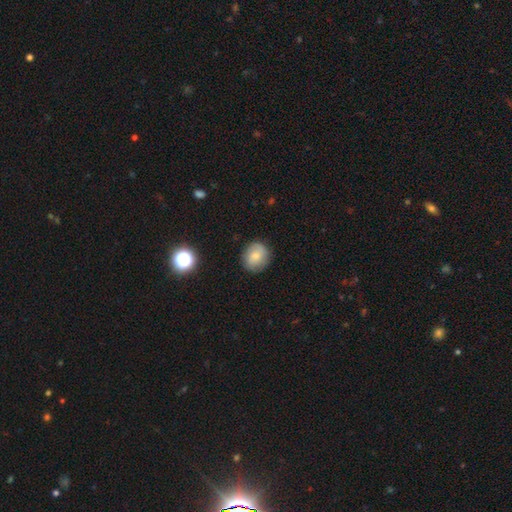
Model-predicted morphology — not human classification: Smooth or featured: smooth — 72% (featured or disk — 19%)
How rounded: round — 74% (in between — 25%)
Merging: none — 85% (minor disturbance — 11%)